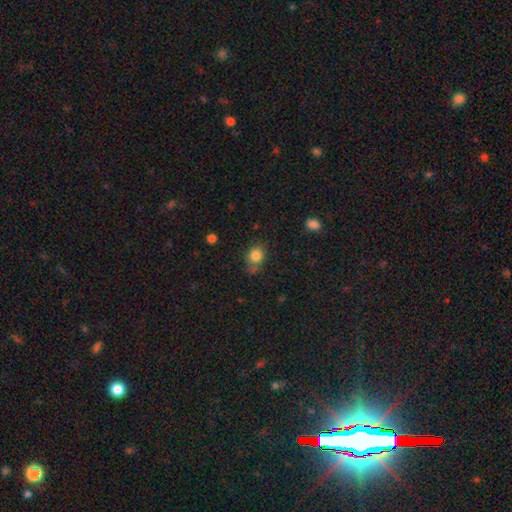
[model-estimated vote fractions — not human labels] This appears to be a smooth galaxy with no disk features (82%) that is round (62%). Merging: none (62%).